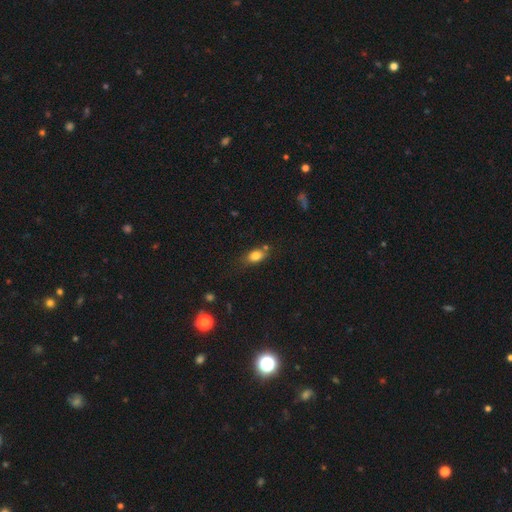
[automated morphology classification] Smooth or featured? Predicted: smooth (p=0.80). How rounded? Predicted: in between (p=0.77). Merging? Predicted: none (p=0.64).